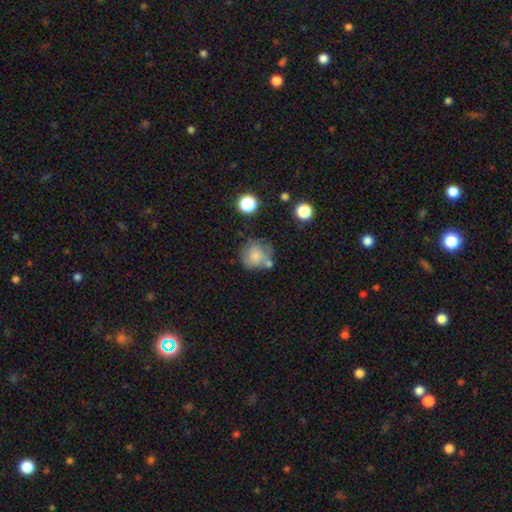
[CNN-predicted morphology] Smooth or featured? smooth (65%)
How rounded? round (84%)
Merging? none (48%)